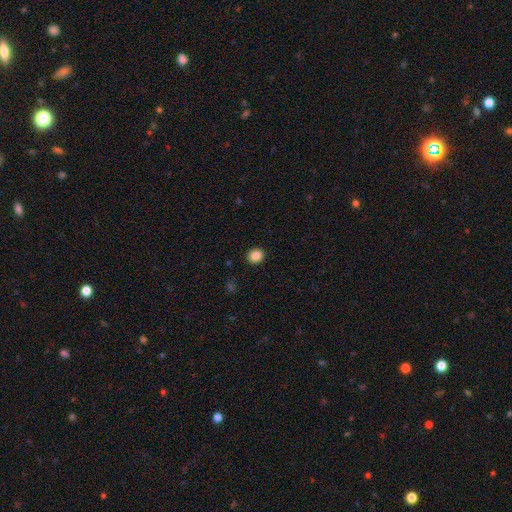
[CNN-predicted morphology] Smooth or featured? smooth (86%)
How rounded? round (81%)
Merging? none (92%)